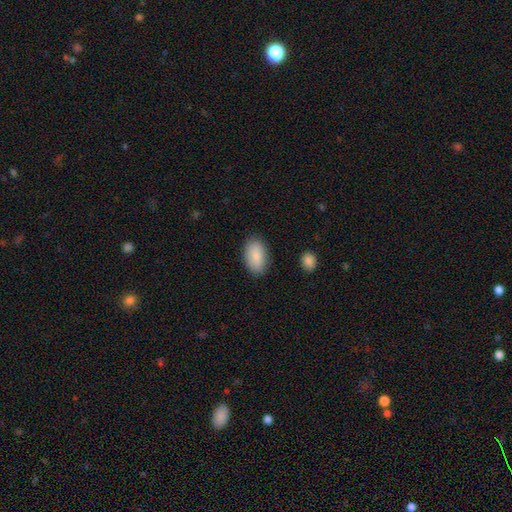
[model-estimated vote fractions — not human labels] Smooth or featured?
  - smooth: 86% *
  - featured or disk: 8%
  - star or artifact: 6%
How rounded?
  - in between: 94% *
  - round: 5%
  - cigar-shaped: 2%
Merging?
  - none: 85% *
  - minor disturbance: 11%
  - major disturbance: 3%
  - merger: 1%